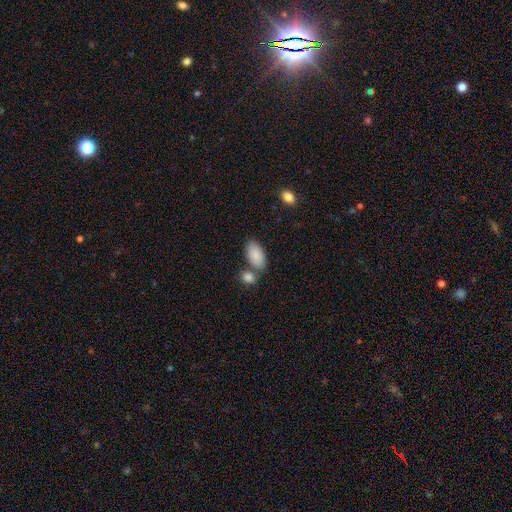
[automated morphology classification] Smooth or featured? smooth (87%)
How rounded? in between (94%)
Merging? none (57%)